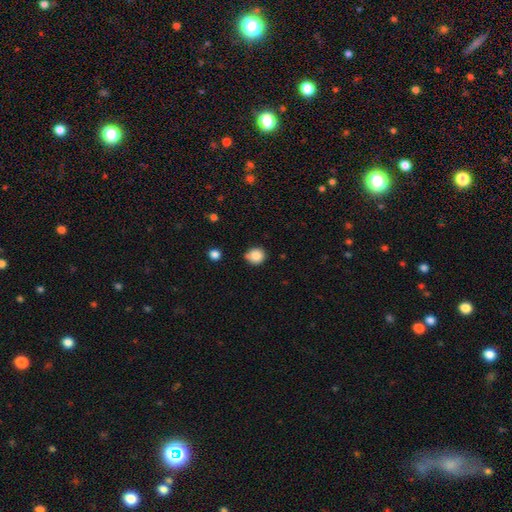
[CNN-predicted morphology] Overall: smooth (86%). How rounded: round (83%). Merging: none (68%).